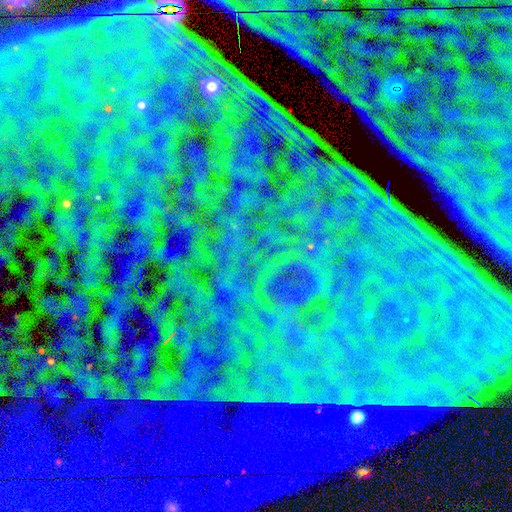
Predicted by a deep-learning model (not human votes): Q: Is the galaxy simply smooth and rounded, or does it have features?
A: star or artifact — 87%.